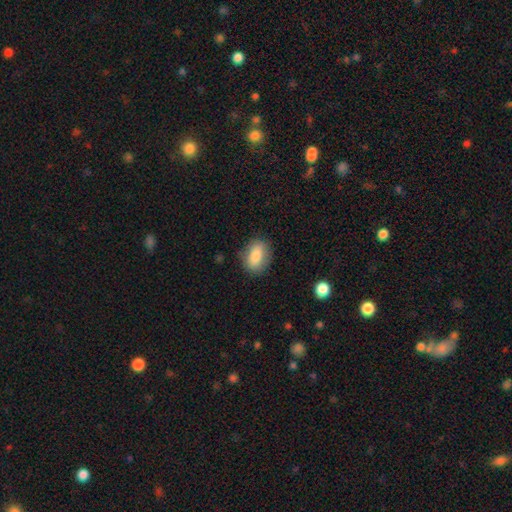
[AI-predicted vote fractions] smooth 84%, featured or disk 9%, star or artifact 7%. Down the decision tree: how rounded — in between (82%); merging — none (81%).